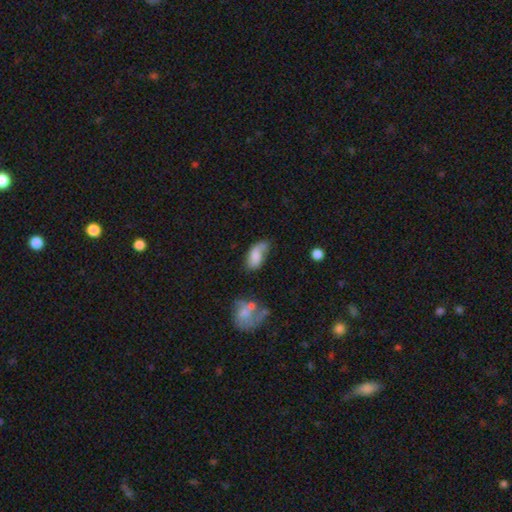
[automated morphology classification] smooth_or_featured: smooth (p=0.68) [alt: featured or disk p=0.23]
how_rounded: in between (p=0.91) [alt: round p=0.05]
merging: none (p=0.37) [alt: minor disturbance p=0.33]